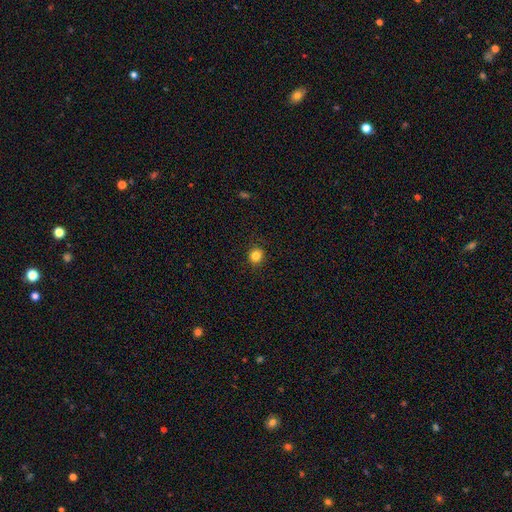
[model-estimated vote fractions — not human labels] smooth_or_featured: smooth (p=0.84) [alt: star or artifact p=0.12]
how_rounded: round (p=0.89) [alt: in between p=0.10]
merging: none (p=0.90) [alt: minor disturbance p=0.07]